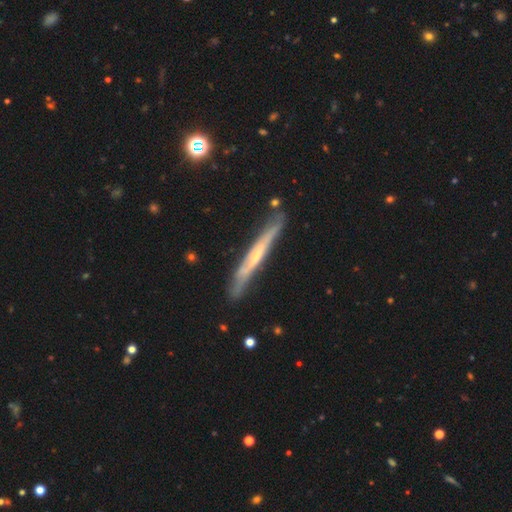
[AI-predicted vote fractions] A featured or disk galaxy (66%) viewed edge-on (91%) with no central bulge (53%).

Vote fractions:
- Smooth or featured? featured or disk: 66% / smooth: 28% / star or artifact: 6%
- Edge-on disk? yes: 91% / no: 9%
- Edge-on bulge? none: 53% / rounded: 38% / boxy: 8%
- Merging? none: 80% / minor disturbance: 14% / merger: 3% / major disturbance: 2%